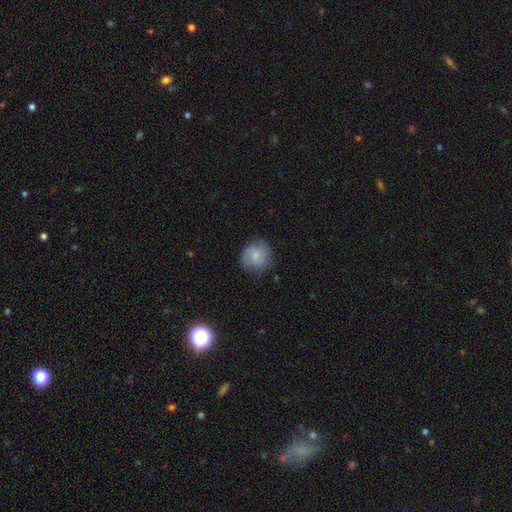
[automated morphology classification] smooth 64%, featured or disk 28%, star or artifact 7%. Down the decision tree: how rounded — round (87%); merging — none (74%).